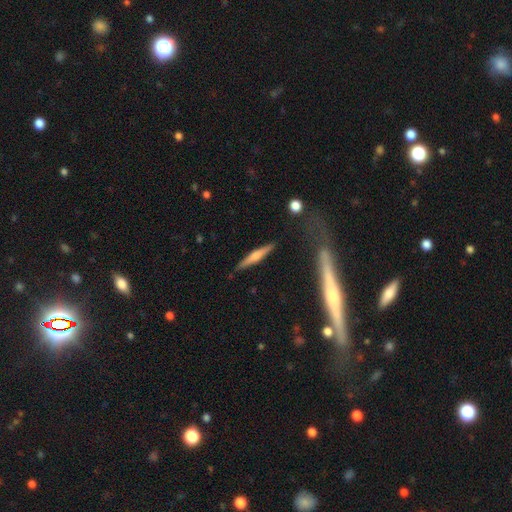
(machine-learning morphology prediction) Q: Smooth or featured?
A: featured or disk (52%); runner-up: smooth (42%)
Q: Edge-on disk?
A: yes (96%); runner-up: no (4%)
Q: Merging?
A: none (86%); runner-up: minor disturbance (9%)